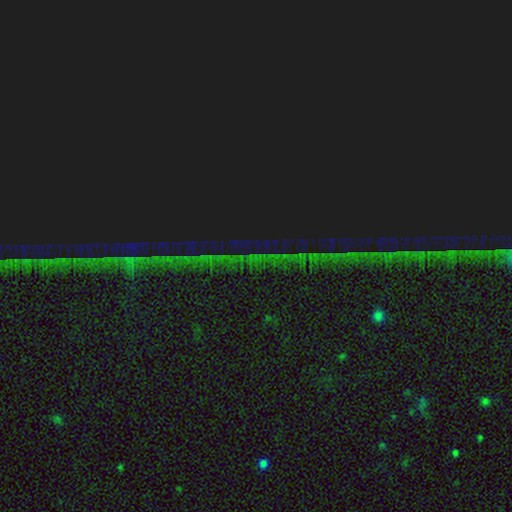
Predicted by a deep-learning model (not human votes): smooth-or-featured: star or artifact: 85% | smooth: 7% | featured or disk: 7%